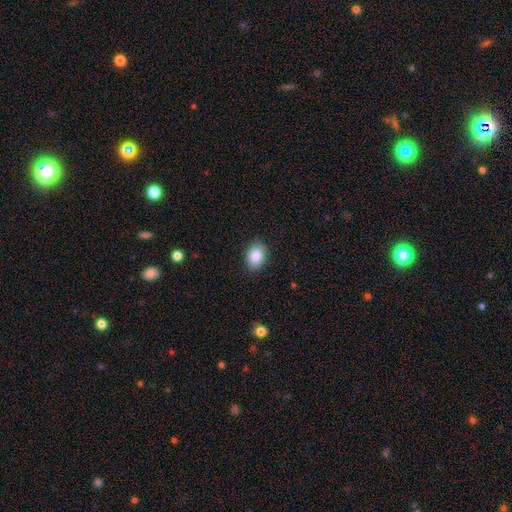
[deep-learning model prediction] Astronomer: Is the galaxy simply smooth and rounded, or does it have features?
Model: smooth — 86%.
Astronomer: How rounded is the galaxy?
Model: in between — 78%.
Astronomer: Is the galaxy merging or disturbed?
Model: none — 87%.